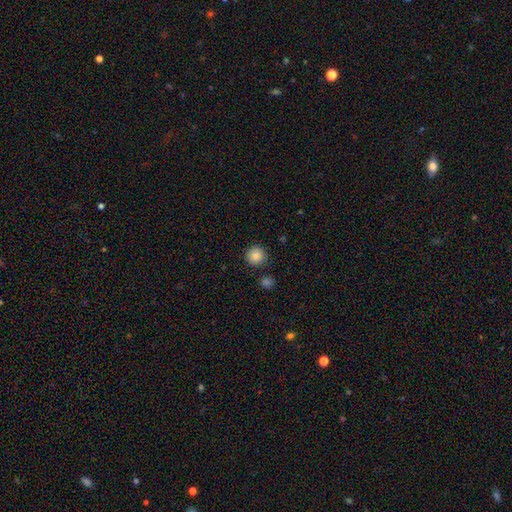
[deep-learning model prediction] Smooth or featured: smooth — 86% (star or artifact — 10%)
How rounded: round — 95% (in between — 4%)
Merging: none — 87% (minor disturbance — 7%)